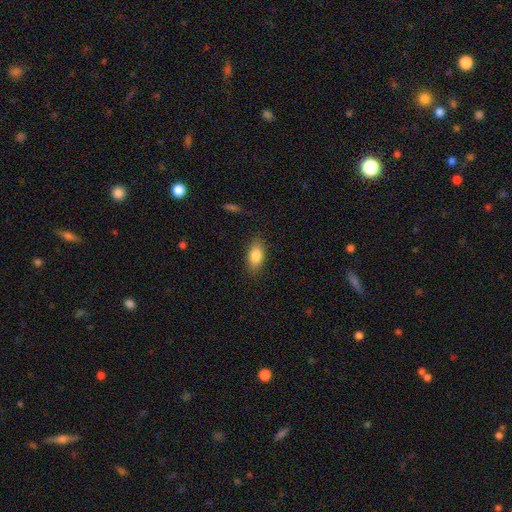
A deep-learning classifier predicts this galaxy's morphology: Smooth or featured? smooth (85%)
How rounded? in between (90%)
Merging? none (84%)